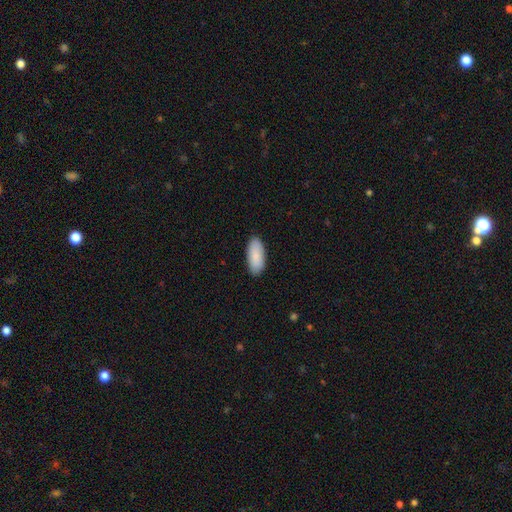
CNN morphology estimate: smooth-or-featured: smooth: 90% | star or artifact: 5% | featured or disk: 5%
  how-rounded: in between: 88% | cigar-shaped: 10% | round: 2%
  merging: none: 89% | minor disturbance: 8% | major disturbance: 2% | merger: 1%